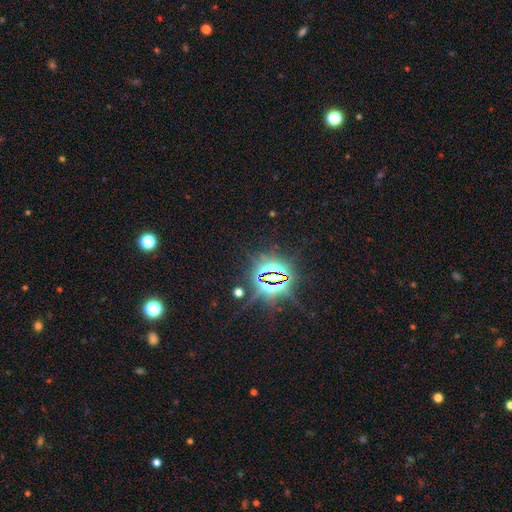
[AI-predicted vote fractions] smooth-or-featured: star or artifact: 85% | smooth: 9% | featured or disk: 6%